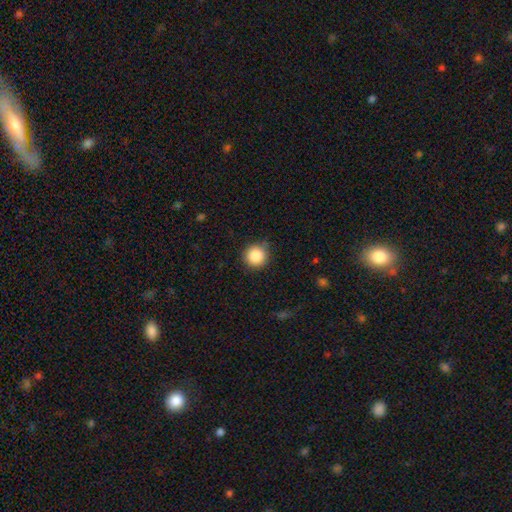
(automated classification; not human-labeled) Smooth or featured: smooth — 86% (star or artifact — 10%)
How rounded: round — 94% (in between — 5%)
Merging: none — 86% (minor disturbance — 11%)